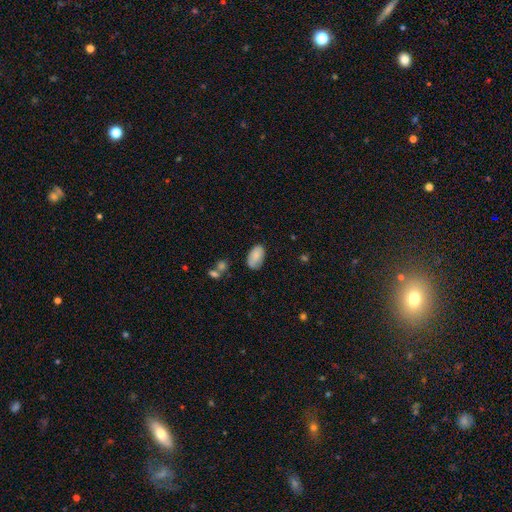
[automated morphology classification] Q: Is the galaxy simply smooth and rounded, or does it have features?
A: smooth — 82%.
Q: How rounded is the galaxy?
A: in between — 94%.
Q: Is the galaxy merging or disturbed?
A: none — 65%.